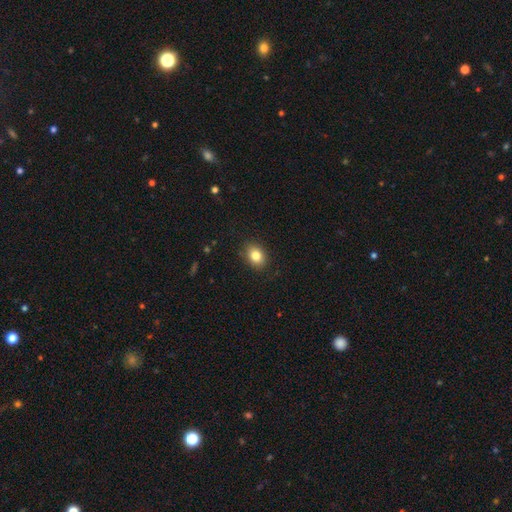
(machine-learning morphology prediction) This is clearly a smooth galaxy (83%). How rounded: likely in between (66%). Merging: clearly none (87%).